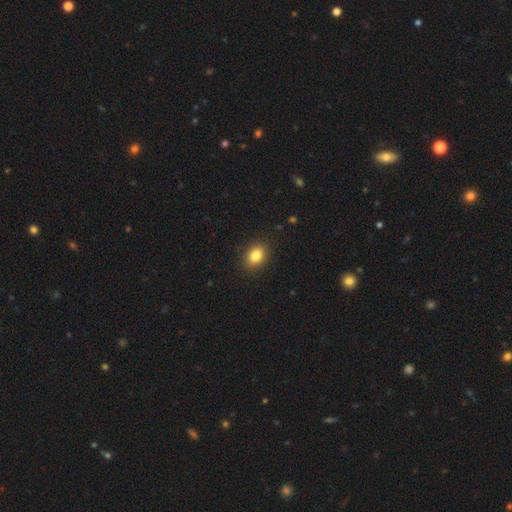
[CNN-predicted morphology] Smooth or featured? Predicted: smooth (p=0.83). How rounded? Predicted: in between (p=0.61). Merging? Predicted: none (p=0.89).